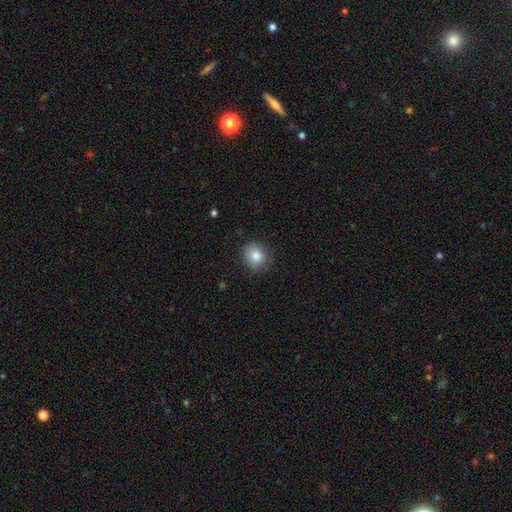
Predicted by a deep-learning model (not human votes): This is clearly a smooth galaxy (84%). How rounded: clearly round (86%). Merging: clearly none (87%).